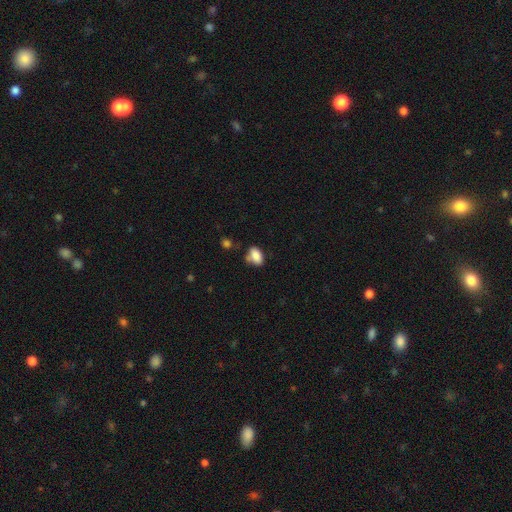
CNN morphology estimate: Smooth or featured?
  - smooth: 84% *
  - star or artifact: 9%
  - featured or disk: 7%
How rounded?
  - in between: 89% *
  - round: 9%
  - cigar-shaped: 2%
Merging?
  - none: 54% *
  - minor disturbance: 28%
  - merger: 10%
  - major disturbance: 8%